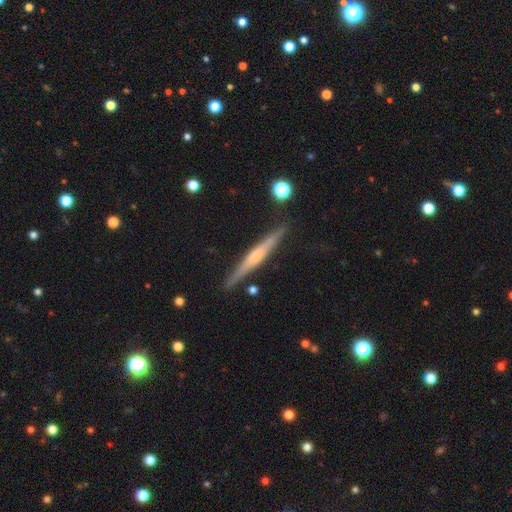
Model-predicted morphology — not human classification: type=featured or disk (66%); edge-on=yes (97%); edge-on bulge=rounded (51%); merging=none (87%).